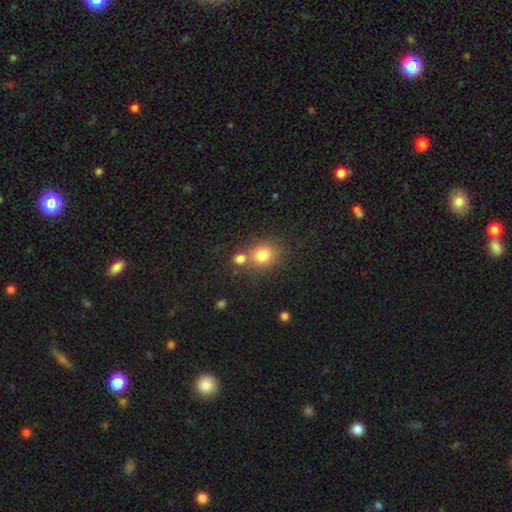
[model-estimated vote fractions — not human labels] This is likely a smooth galaxy (70%). How rounded: clearly round (84%). Merging: likely none (66%).